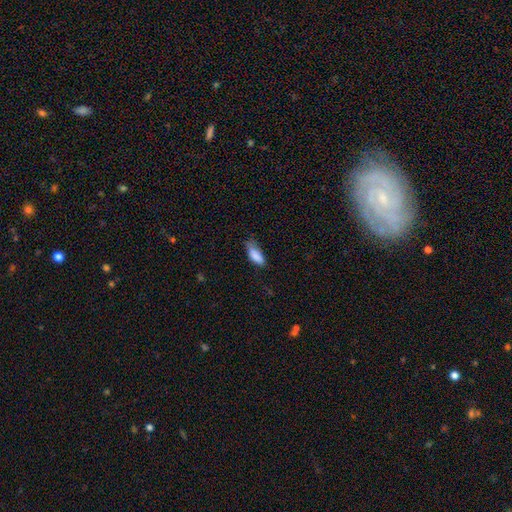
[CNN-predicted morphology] Smooth or featured? smooth (86%)
How rounded? in between (78%)
Merging? none (49%)